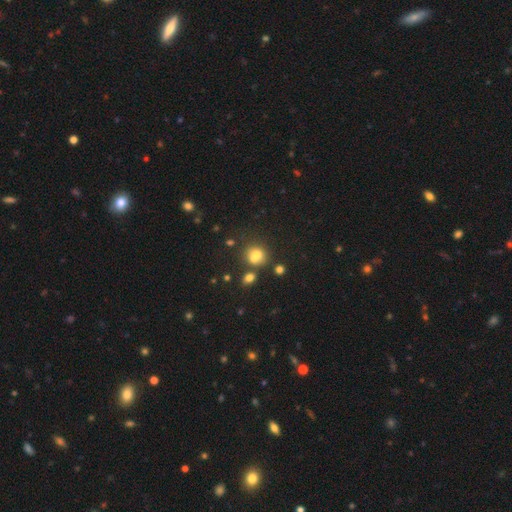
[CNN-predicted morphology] Smooth or featured? Predicted: smooth (p=0.71). How rounded? Predicted: round (p=0.70). Merging? Predicted: none (p=0.43).